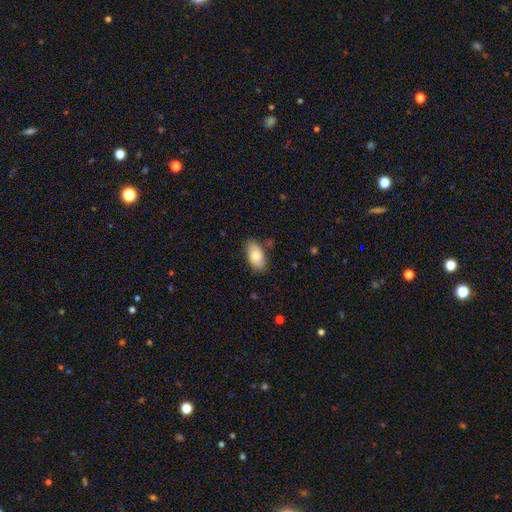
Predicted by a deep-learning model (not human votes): Morphology: type=smooth (79%); roundness=in between (94%); merging=none (79%).